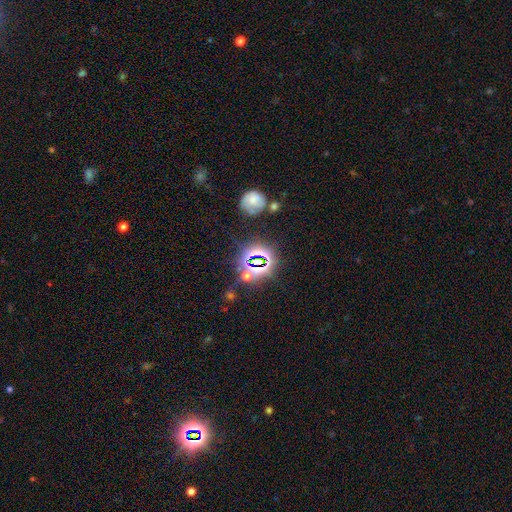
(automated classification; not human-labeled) Smooth or featured? Predicted: star or artifact (p=0.67).